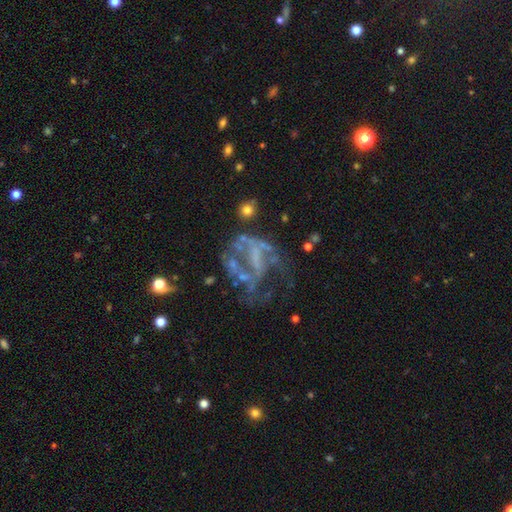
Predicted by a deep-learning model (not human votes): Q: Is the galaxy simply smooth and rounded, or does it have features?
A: featured or disk — 68%.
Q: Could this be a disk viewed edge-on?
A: no — 97%.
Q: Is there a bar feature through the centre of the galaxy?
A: no — 70%.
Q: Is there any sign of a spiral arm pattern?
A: no — 70%.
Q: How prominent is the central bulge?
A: none — 73%.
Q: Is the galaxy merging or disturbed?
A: major disturbance — 43%.